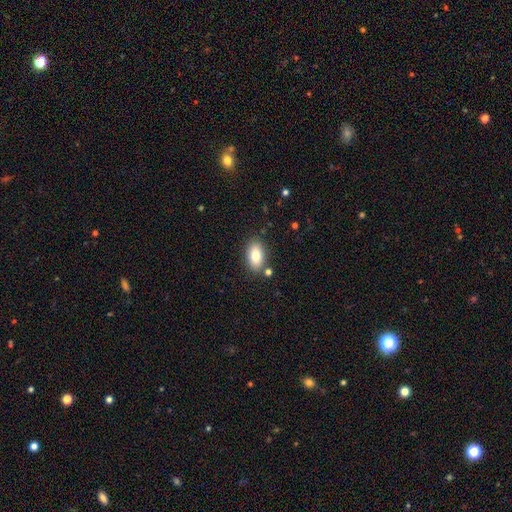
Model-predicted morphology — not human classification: This appears to be a smooth galaxy with no disk features (80%) that is in between round and cigar-shaped (91%). Merging: none (81%).